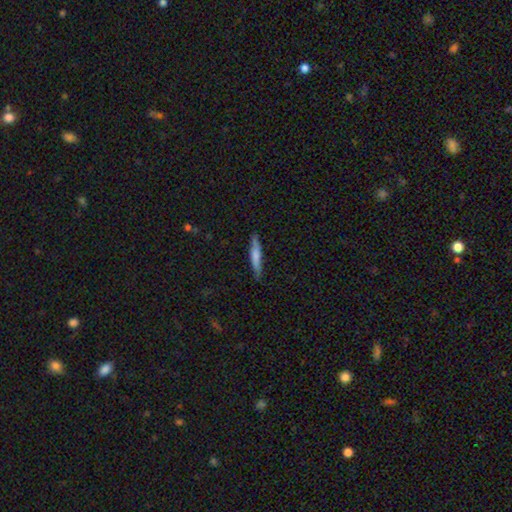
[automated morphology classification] A smooth galaxy with no disk features (69%) that is cigar-shaped (92%). Merging: none (85%).